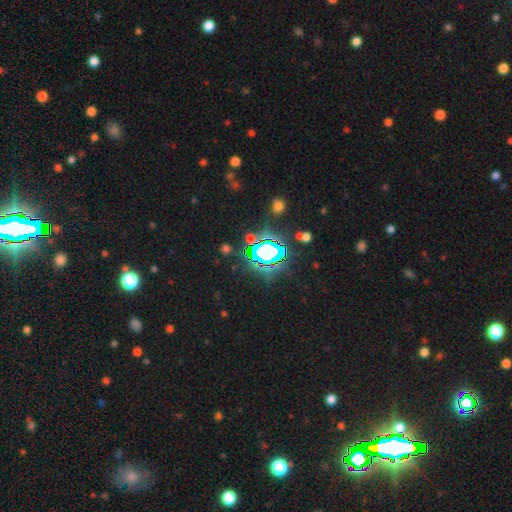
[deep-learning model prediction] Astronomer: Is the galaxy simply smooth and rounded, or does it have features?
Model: star or artifact — 81%.